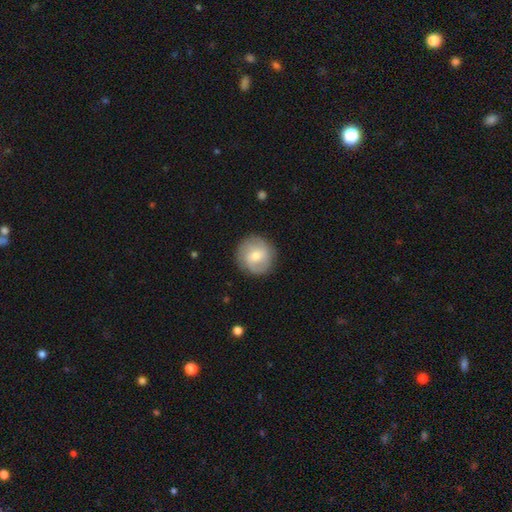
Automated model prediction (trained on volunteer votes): This is possibly a featured or disk galaxy (51%). It is clearly not viewed edge-on (97%). Merging: clearly none (86%).